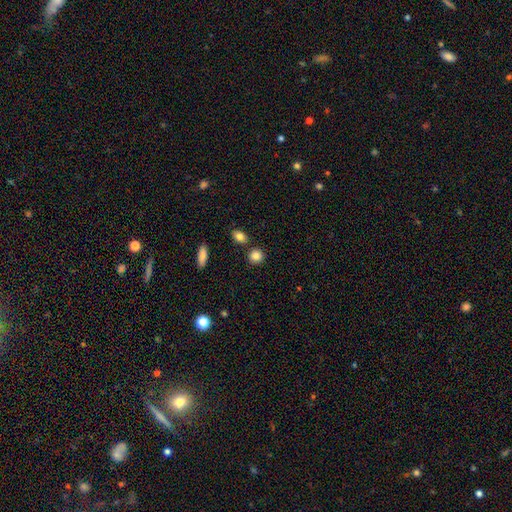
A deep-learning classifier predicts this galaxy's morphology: smooth-or-featured: smooth: 85% | star or artifact: 9% | featured or disk: 5%
  how-rounded: round: 82% | in between: 17% | cigar-shaped: 1%
  merging: none: 80% | merger: 9% | minor disturbance: 8% | major disturbance: 3%